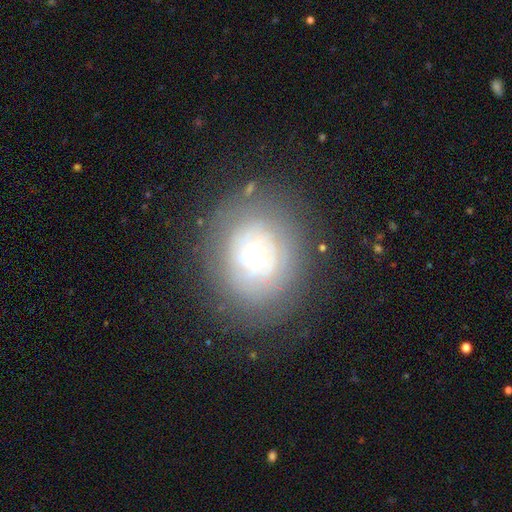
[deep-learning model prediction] smooth-or-featured: featured or disk: 58% | smooth: 31% | star or artifact: 11%
  disk-edge-on: no: 96% | yes: 4%
    bar: no: 79% | weak: 16% | strong: 5%
    has-spiral-arms: yes: 56% | no: 44%
    bulge-size: small: 65% | moderate: 29% | large: 4% | dominant: 2% | none: 1%
  merging: none: 76% | minor disturbance: 15% | major disturbance: 8% | merger: 2%